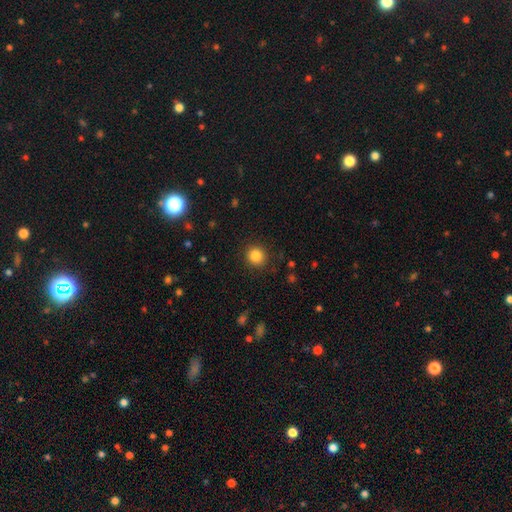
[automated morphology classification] smooth_or_featured: smooth (p=0.85) [alt: star or artifact p=0.11]
how_rounded: round (p=0.91) [alt: in between p=0.08]
merging: none (p=0.90) [alt: minor disturbance p=0.06]